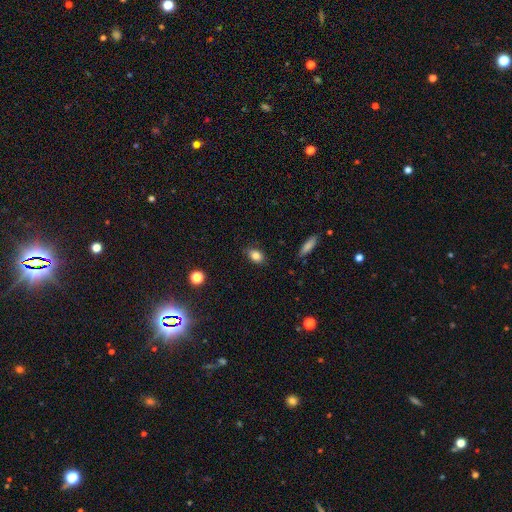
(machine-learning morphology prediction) smooth-or-featured: smooth: 84% | star or artifact: 10% | featured or disk: 7%
  how-rounded: in between: 77% | round: 20% | cigar-shaped: 2%
  merging: none: 84% | minor disturbance: 12% | major disturbance: 2% | merger: 1%